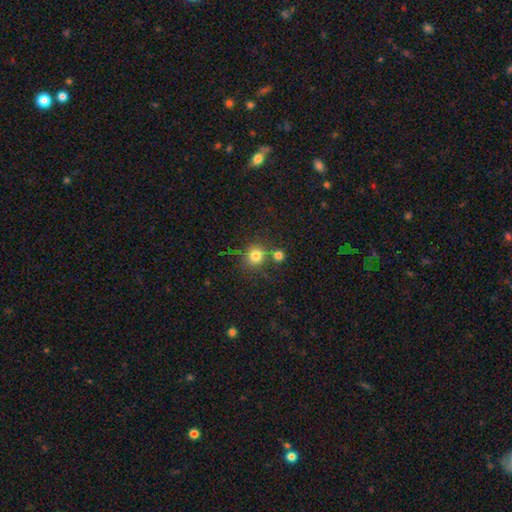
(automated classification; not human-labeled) A smooth galaxy with no disk features (79%) that is round (89%).

Vote fractions:
- Smooth or featured? smooth: 79% / star or artifact: 13% / featured or disk: 8%
- How rounded? round: 89% / in between: 10% / cigar-shaped: 1%
- Merging? none: 65% / merger: 21% / minor disturbance: 10% / major disturbance: 4%